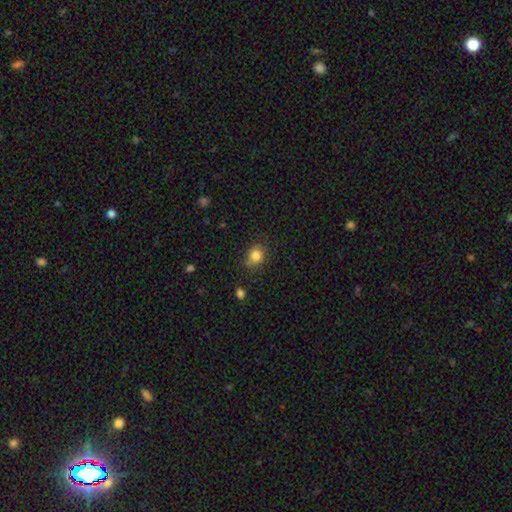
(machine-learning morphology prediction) The model was most divided on "how rounded": round: 69%, in between: 30%, cigar-shaped: 1%. More confident: smooth or featured — smooth (83%); merging — none (68%).